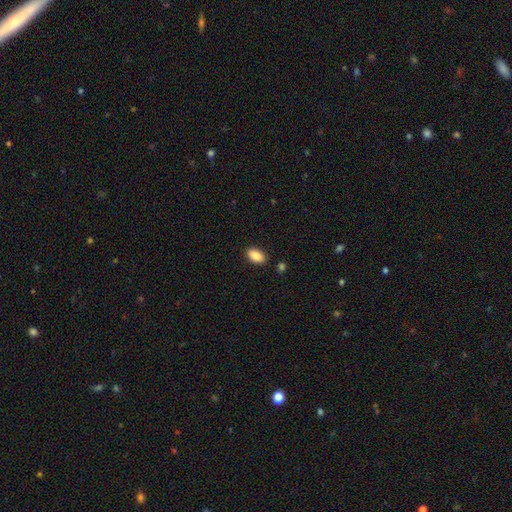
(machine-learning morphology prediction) smooth-or-featured: smooth: 89% | star or artifact: 7% | featured or disk: 4%
  how-rounded: in between: 93% | round: 5% | cigar-shaped: 3%
  merging: none: 87% | minor disturbance: 9% | merger: 2% | major disturbance: 2%